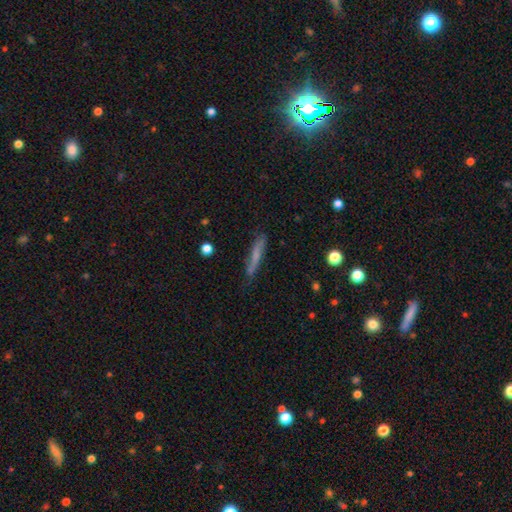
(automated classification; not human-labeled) A smooth galaxy with no disk features (57%) that is cigar-shaped (90%). Merging: none (73%).